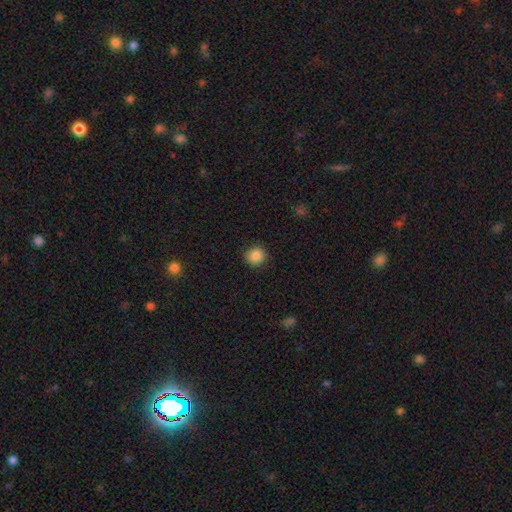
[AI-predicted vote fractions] Smooth or featured: smooth — 85% (star or artifact — 10%)
How rounded: round — 89% (in between — 10%)
Merging: none — 90% (minor disturbance — 7%)